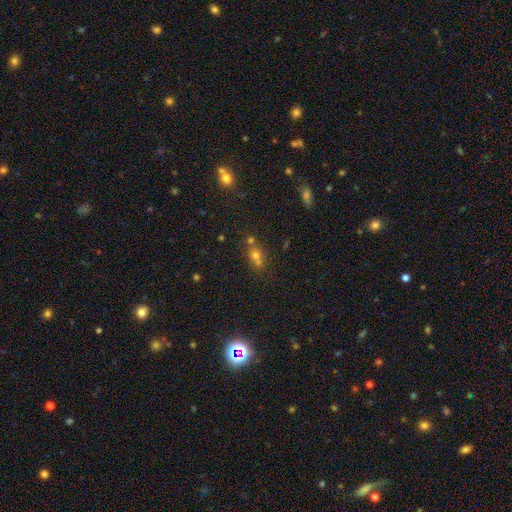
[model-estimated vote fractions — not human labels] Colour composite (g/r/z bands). It shows a smooth galaxy with no disk features (55%) that is round (66%). Merging: none (49%).